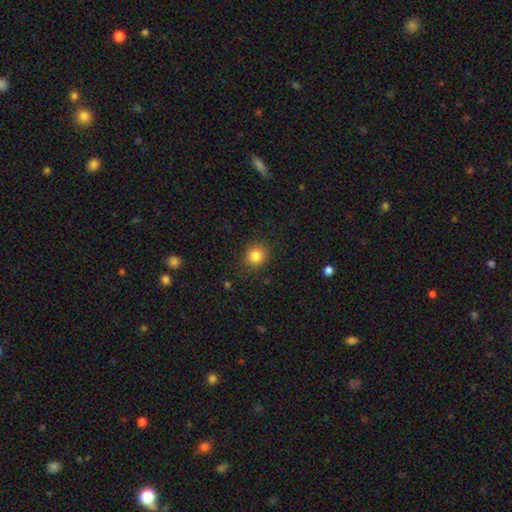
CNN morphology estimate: Smooth or featured: smooth — 83% (star or artifact — 11%)
How rounded: round — 86% (in between — 14%)
Merging: none — 88% (minor disturbance — 8%)